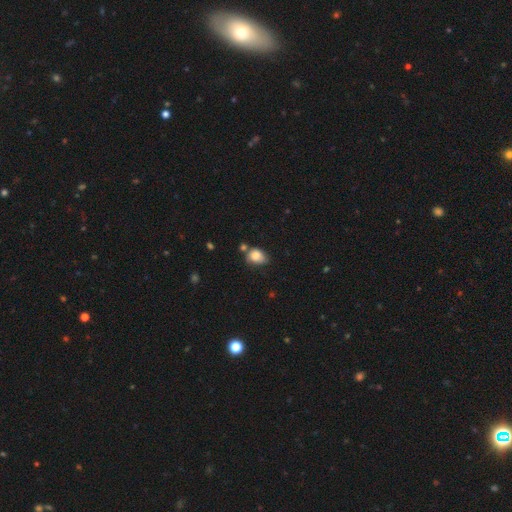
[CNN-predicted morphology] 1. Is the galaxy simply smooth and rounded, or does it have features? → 82% smooth, 9% featured or disk, 9% star or artifact.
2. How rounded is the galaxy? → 62% in between, 37% round, 1% cigar-shaped.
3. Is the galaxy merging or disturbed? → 44% none, 30% minor disturbance, 17% merger, 9% major disturbance.